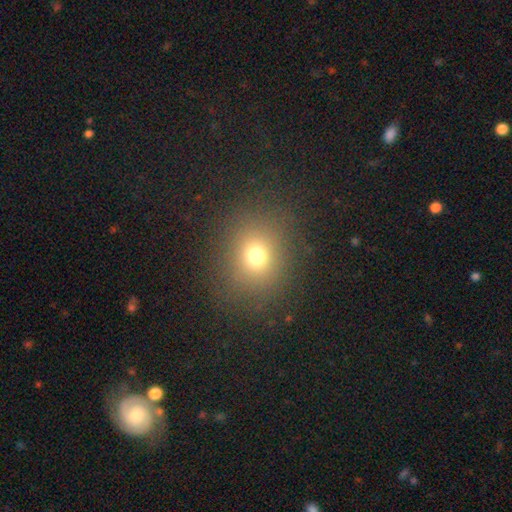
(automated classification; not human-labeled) Smooth or featured: smooth — 71% (star or artifact — 20%)
How rounded: round — 74% (in between — 25%)
Merging: none — 85% (minor disturbance — 8%)